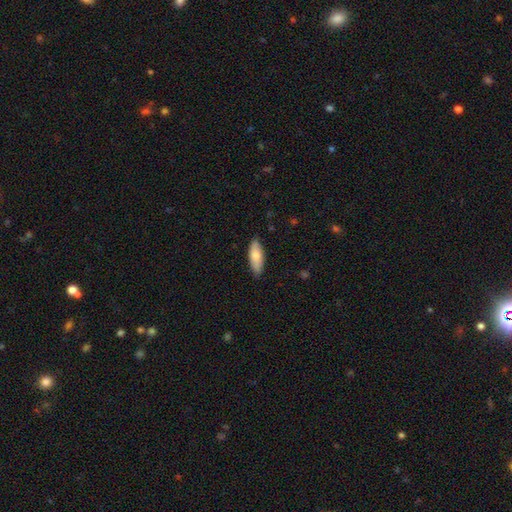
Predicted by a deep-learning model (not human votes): Smooth or featured? Predicted: smooth (p=0.80). How rounded? Predicted: in between (p=0.69). Merging? Predicted: none (p=0.83).